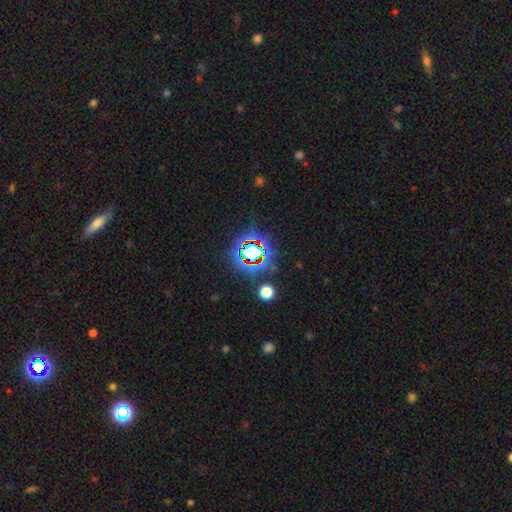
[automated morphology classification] smooth_or_featured: star or artifact (p=0.77) [alt: smooth p=0.14]